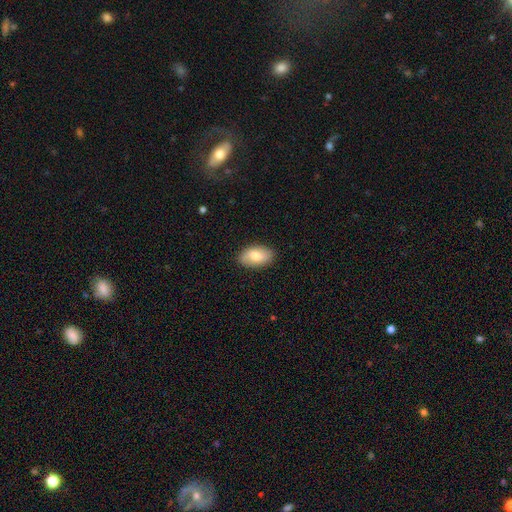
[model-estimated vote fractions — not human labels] This is likely a smooth galaxy (70%). How rounded: clearly in between (92%). Merging: clearly none (85%).